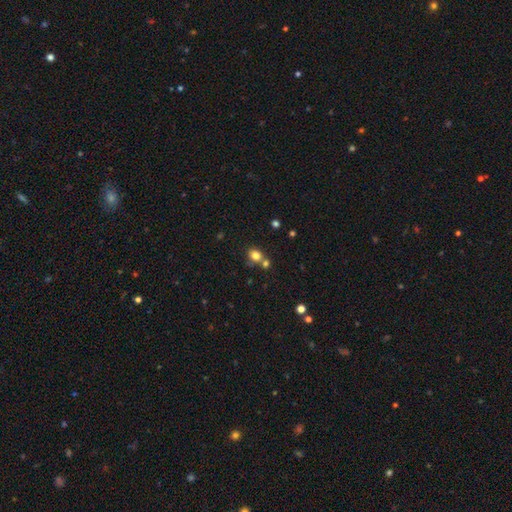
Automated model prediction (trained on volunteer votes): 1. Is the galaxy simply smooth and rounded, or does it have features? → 79% smooth, 13% star or artifact, 7% featured or disk.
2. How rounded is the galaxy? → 74% round, 25% in between, 1% cigar-shaped.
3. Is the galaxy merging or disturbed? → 57% none, 28% merger, 11% minor disturbance, 4% major disturbance.